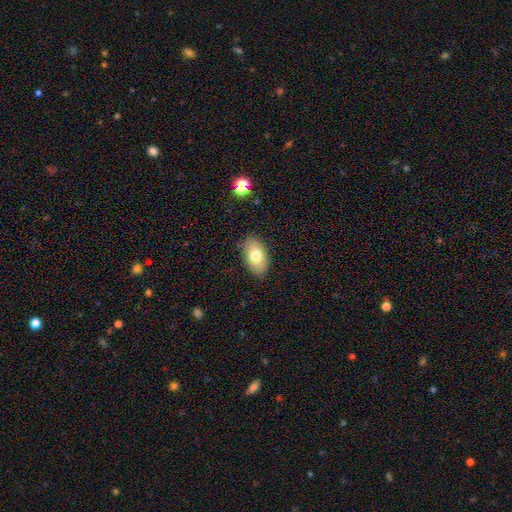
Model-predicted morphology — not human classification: This is likely a smooth galaxy (76%). How rounded: clearly in between (93%). Merging: clearly none (85%).